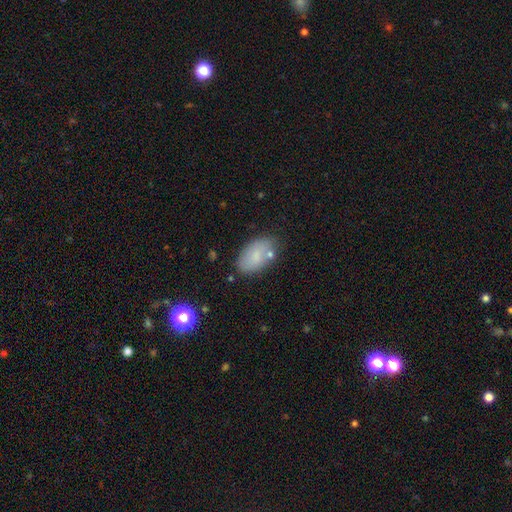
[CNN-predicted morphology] Smooth or featured? Predicted: smooth (p=0.77). How rounded? Predicted: in between (p=0.93). Merging? Predicted: none (p=0.72).